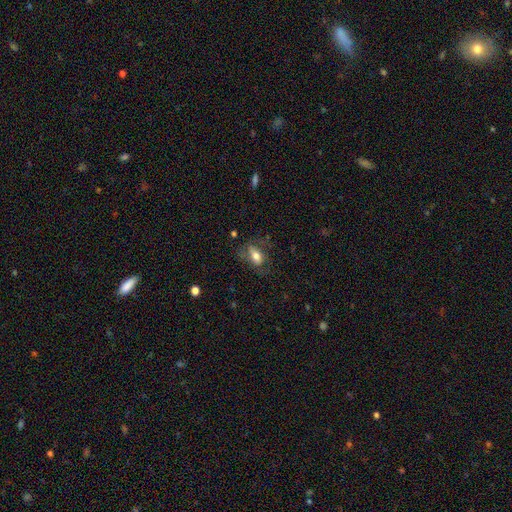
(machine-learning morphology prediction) The model was most divided on "smooth or featured": smooth: 62%, featured or disk: 30%, star or artifact: 8%. More confident: how rounded — in between (84%); merging — none (58%).